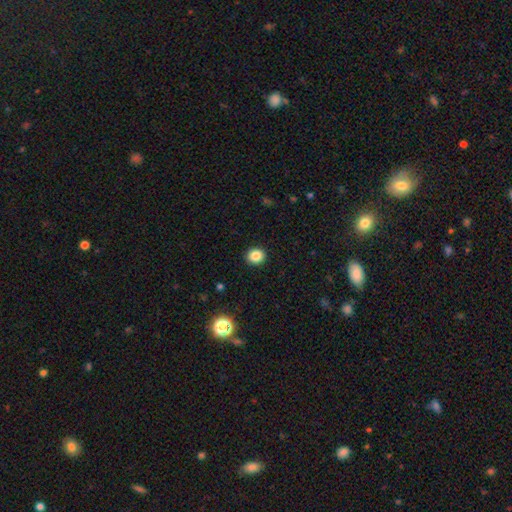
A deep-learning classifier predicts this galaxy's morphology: Smooth or featured? Predicted: smooth (p=0.85). How rounded? Predicted: round (p=0.86). Merging? Predicted: none (p=0.92).